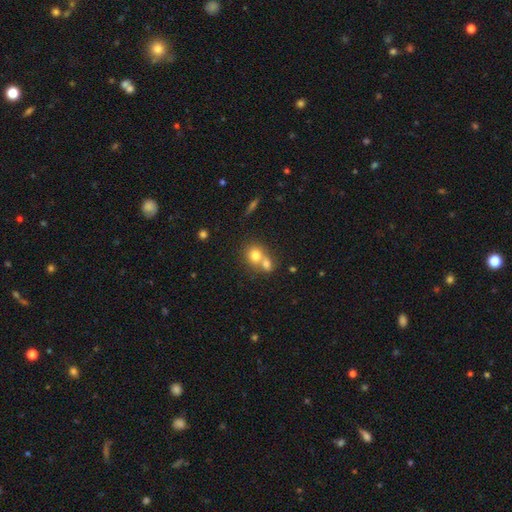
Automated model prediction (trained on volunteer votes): Smooth or featured? Predicted: smooth (p=0.75). How rounded? Predicted: round (p=0.72). Merging? Predicted: merger (p=0.61).